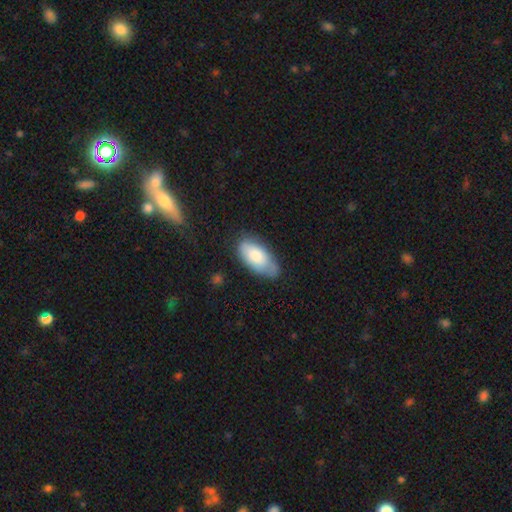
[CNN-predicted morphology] Smooth or featured?
  - smooth: 78% *
  - featured or disk: 16%
  - star or artifact: 6%
How rounded?
  - in between: 92% *
  - cigar-shaped: 6%
  - round: 2%
Merging?
  - none: 66% *
  - minor disturbance: 26%
  - major disturbance: 6%
  - merger: 2%